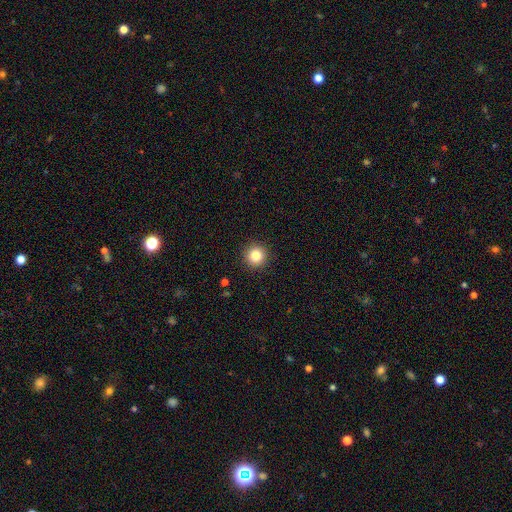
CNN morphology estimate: Smooth or featured? smooth (84%)
How rounded? round (95%)
Merging? none (92%)